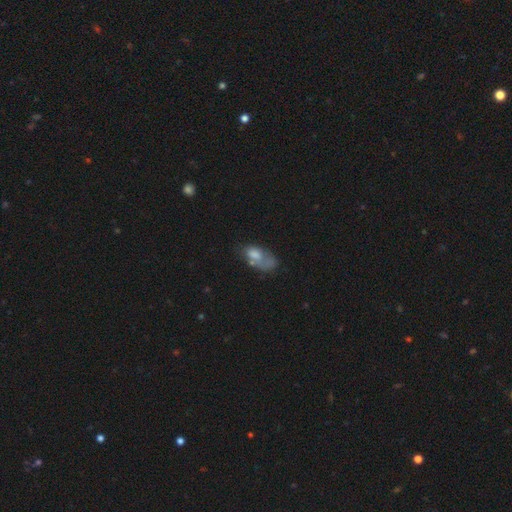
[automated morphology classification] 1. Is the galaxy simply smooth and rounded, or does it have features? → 62% smooth, 29% featured or disk, 9% star or artifact.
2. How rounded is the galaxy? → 90% in between, 6% round, 4% cigar-shaped.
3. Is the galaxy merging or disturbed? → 31% none (tied), 31% major disturbance (tied), 25% minor disturbance, 13% merger.